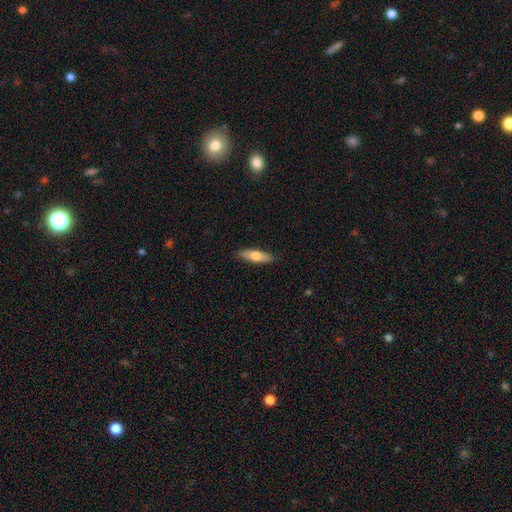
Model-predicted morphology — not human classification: type=smooth (67%); roundness=cigar-shaped (55%); merging=none (88%).